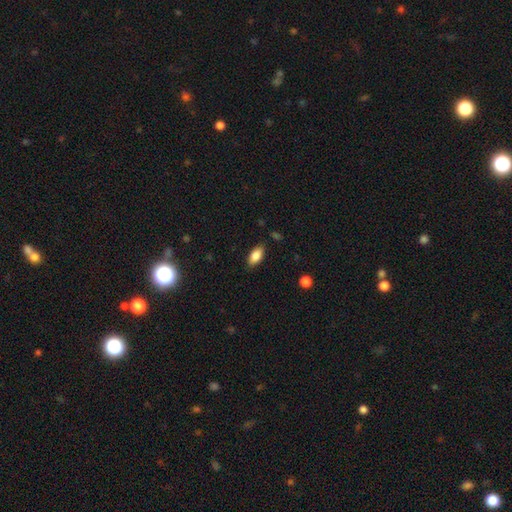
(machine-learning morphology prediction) smooth_or_featured: smooth (p=0.85) [alt: featured or disk p=0.08]
how_rounded: in between (p=0.90) [alt: cigar-shaped p=0.07]
merging: none (p=0.84) [alt: minor disturbance p=0.12]